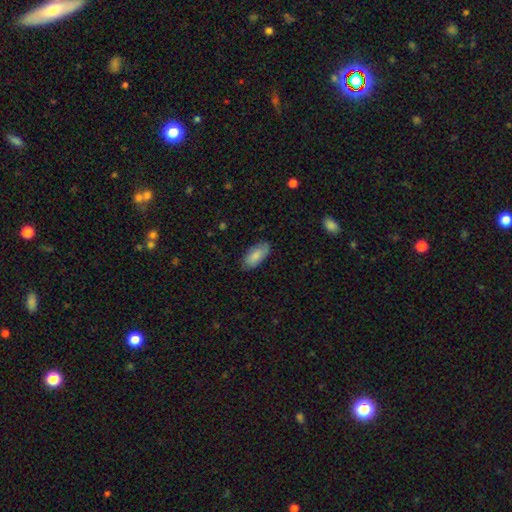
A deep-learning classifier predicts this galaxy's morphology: Smooth or featured? smooth (81%)
How rounded? in between (91%)
Merging? none (79%)